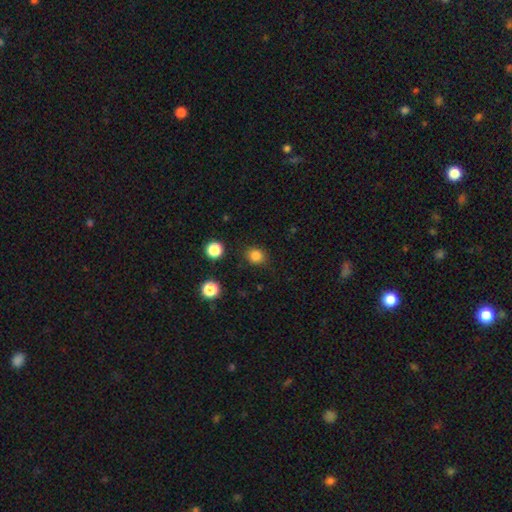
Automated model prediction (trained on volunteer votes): Smooth or featured? smooth (83%)
How rounded? round (74%)
Merging? none (86%)